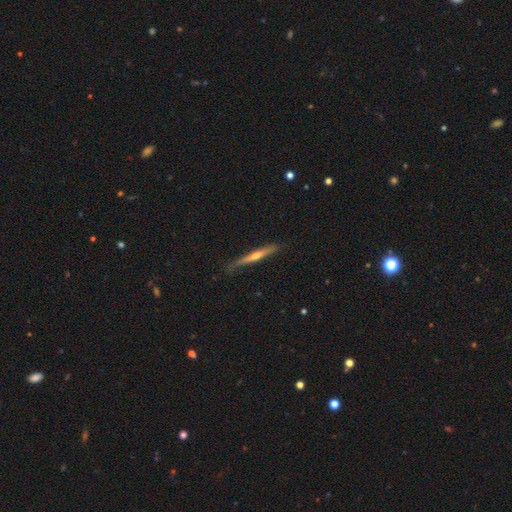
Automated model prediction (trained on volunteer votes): featured or disk 67%, smooth 27%, star or artifact 6%. Down the decision tree: edge-on disk — yes (97%); edge-on bulge — rounded (75%); merging — none (80%).